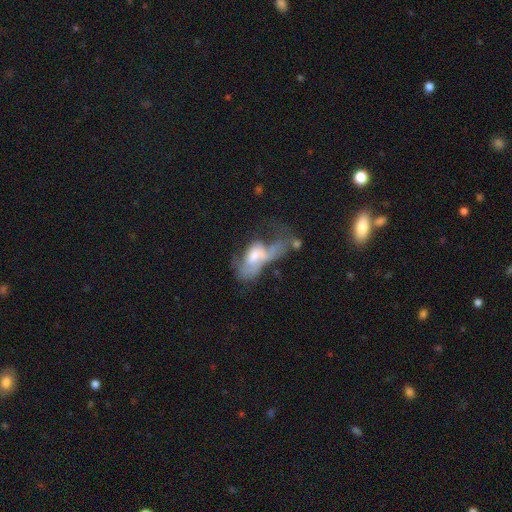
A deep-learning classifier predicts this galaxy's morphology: Smooth or featured? Predicted: featured or disk (p=0.46). Merging? Predicted: major disturbance (p=0.49).